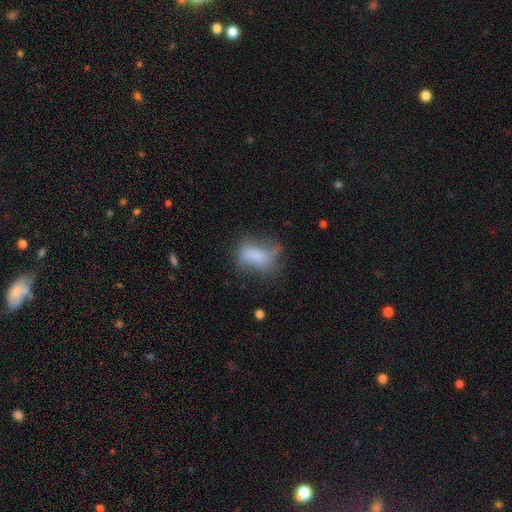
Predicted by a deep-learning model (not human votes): Morphology: type=smooth (66%); roundness=in between (83%); merging=none (37%).